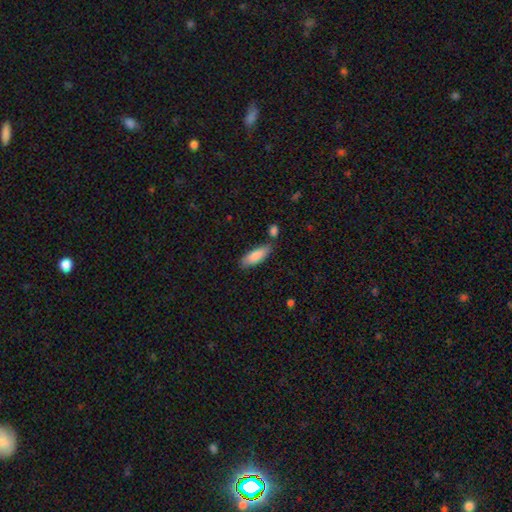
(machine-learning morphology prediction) Smooth or featured: smooth — 85% (featured or disk — 9%)
How rounded: in between — 61% (cigar-shaped — 37%)
Merging: none — 74% (minor disturbance — 14%)